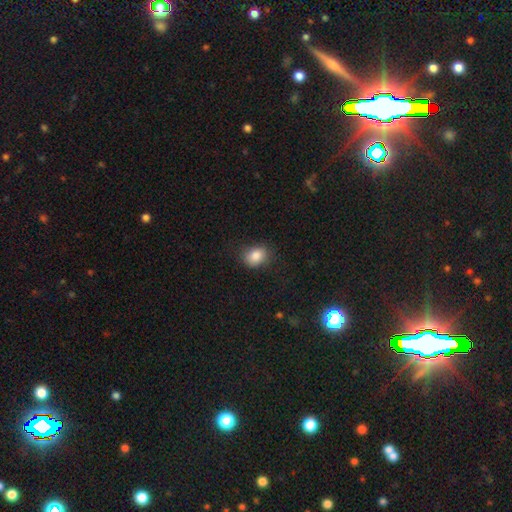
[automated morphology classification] Q: Smooth or featured?
A: smooth (85%); runner-up: star or artifact (9%)
Q: How rounded?
A: in between (51%); runner-up: round (48%)
Q: Merging?
A: none (80%); runner-up: minor disturbance (15%)